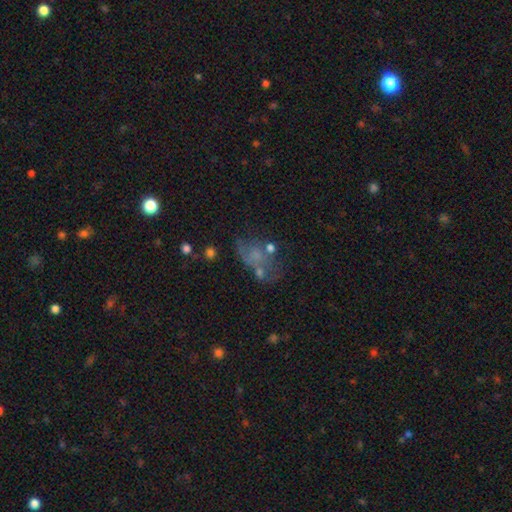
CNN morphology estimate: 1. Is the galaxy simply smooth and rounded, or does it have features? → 41% featured or disk, 37% smooth, 23% star or artifact.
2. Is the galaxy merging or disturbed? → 34% major disturbance, 32% none, 20% minor disturbance, 14% merger.